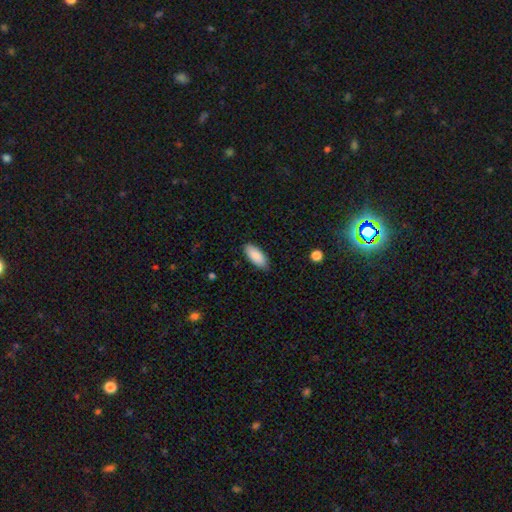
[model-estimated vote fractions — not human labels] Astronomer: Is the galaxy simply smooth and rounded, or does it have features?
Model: smooth — 89%.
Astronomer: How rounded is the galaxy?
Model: in between — 86%.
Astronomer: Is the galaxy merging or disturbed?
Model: none — 86%.